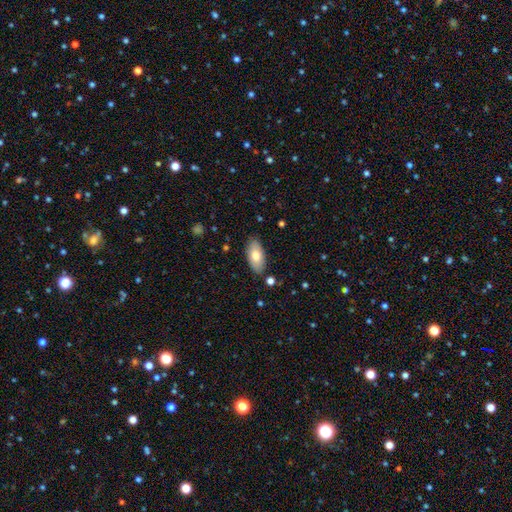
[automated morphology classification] smooth_or_featured: smooth (p=0.76) [alt: featured or disk p=0.18]
how_rounded: in between (p=0.93) [alt: cigar-shaped p=0.05]
merging: none (p=0.85) [alt: minor disturbance p=0.11]